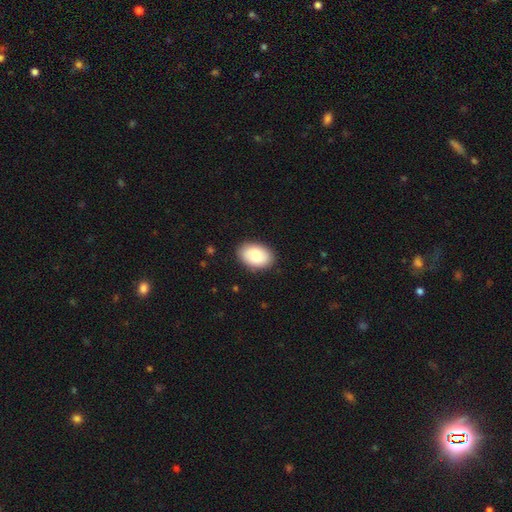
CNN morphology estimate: This appears to be a smooth galaxy with no disk features (80%) that is in between round and cigar-shaped (89%). Merging: none (87%).